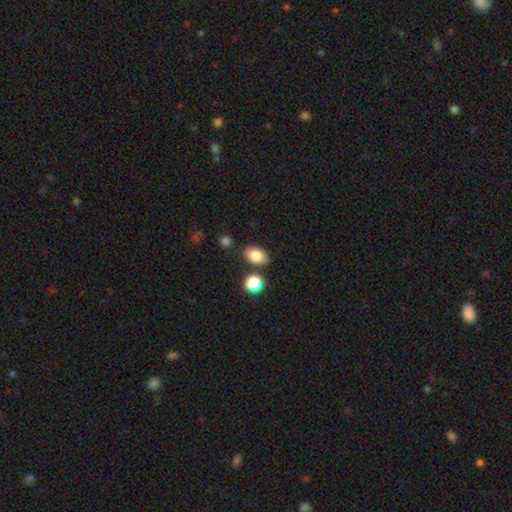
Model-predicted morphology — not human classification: type=smooth (82%); roundness=in between (86%); merging=none (80%).